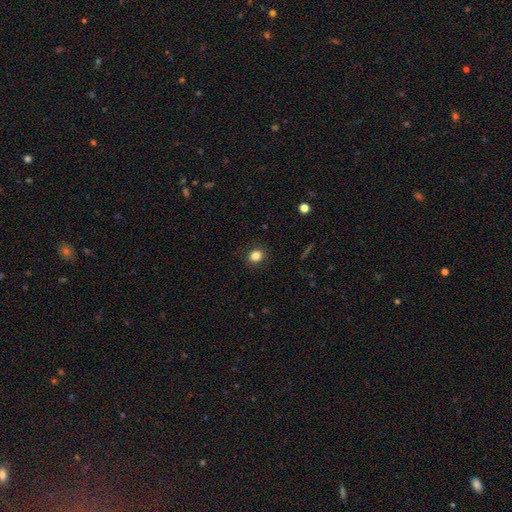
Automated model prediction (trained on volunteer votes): This appears to be a smooth galaxy with no disk features (84%) that is round (63%). Merging: none (89%).